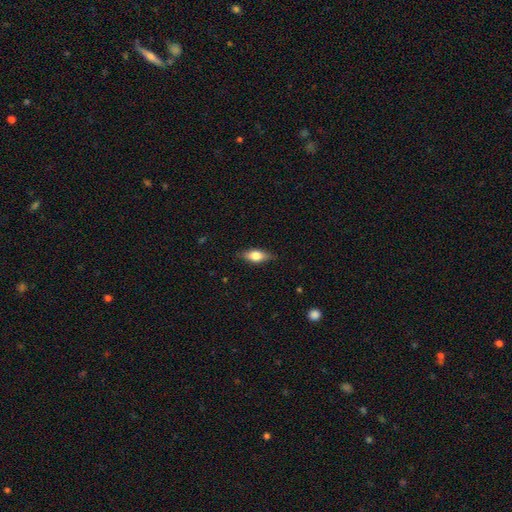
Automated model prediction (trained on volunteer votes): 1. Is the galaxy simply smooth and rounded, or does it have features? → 67% smooth, 27% featured or disk, 7% star or artifact.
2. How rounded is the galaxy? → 76% in between, 20% cigar-shaped, 4% round.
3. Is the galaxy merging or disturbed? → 83% none, 13% minor disturbance, 3% major disturbance, 1% merger.